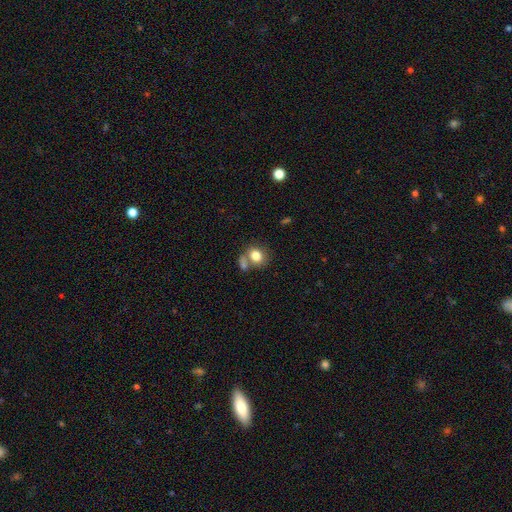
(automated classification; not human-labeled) smooth 80%, featured or disk 11%, star or artifact 9%. Down the decision tree: how rounded — round (58%); merging — none (48%).